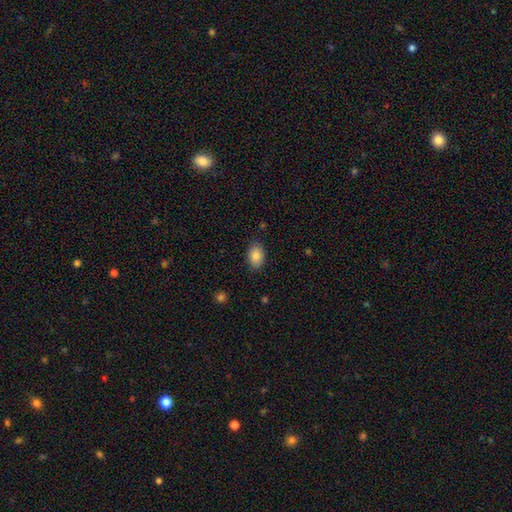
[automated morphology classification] The model was most divided on "merging": none: 85%, minor disturbance: 11%, major disturbance: 3%, merger: 1%. More confident: how rounded — in between (86%); smooth or featured — smooth (86%).